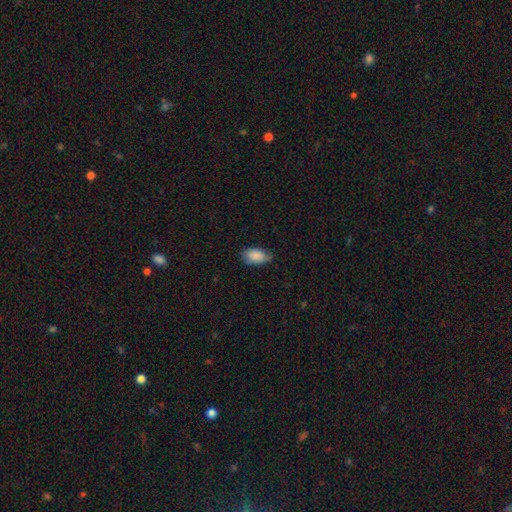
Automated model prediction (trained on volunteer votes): The model was most divided on "merging": none: 66%, minor disturbance: 28%, major disturbance: 5%, merger: 1%. More confident: how rounded — in between (93%); smooth or featured — smooth (86%).